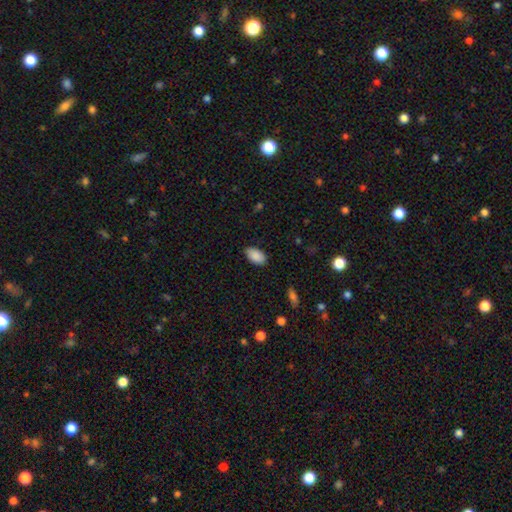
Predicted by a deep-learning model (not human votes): This appears to be a smooth galaxy with no disk features (89%) that is in between round and cigar-shaped (94%). Merging: none (84%).